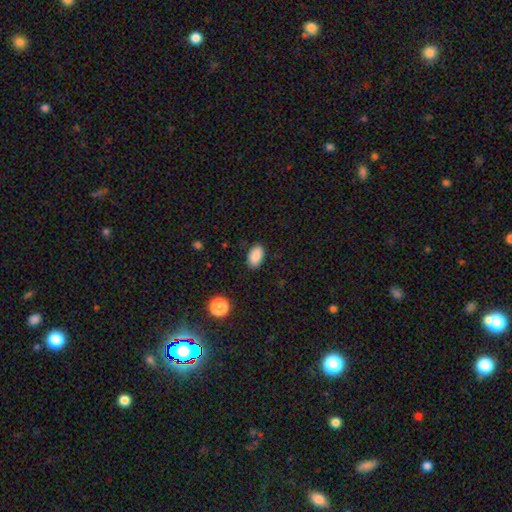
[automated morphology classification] Smooth or featured?
  - smooth: 89% *
  - star or artifact: 8%
  - featured or disk: 3%
How rounded?
  - in between: 92% *
  - round: 6%
  - cigar-shaped: 2%
Merging?
  - none: 87% *
  - minor disturbance: 9%
  - major disturbance: 2%
  - merger: 1%